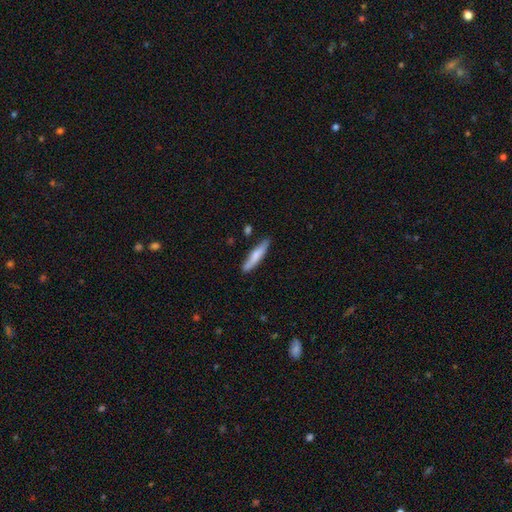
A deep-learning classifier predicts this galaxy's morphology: type=smooth (66%); roundness=cigar-shaped (88%); merging=none (80%).